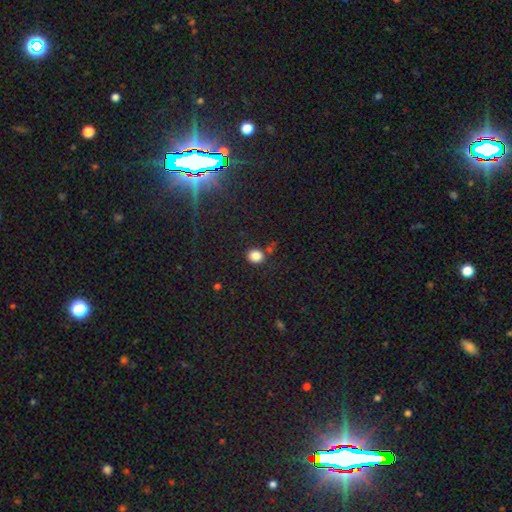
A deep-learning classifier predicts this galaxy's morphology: smooth-or-featured: smooth: 84% | star or artifact: 11% | featured or disk: 5%
  how-rounded: round: 73% | in between: 26% | cigar-shaped: 1%
  merging: none: 81% | minor disturbance: 10% | merger: 6% | major disturbance: 3%